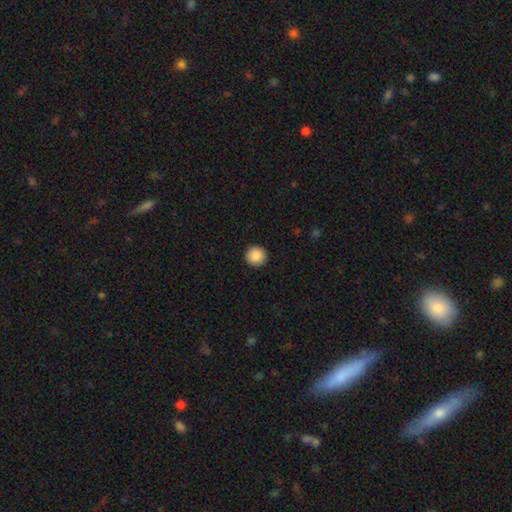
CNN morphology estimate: A smooth galaxy with no disk features (89%) that is round (95%). Merging: none (93%).